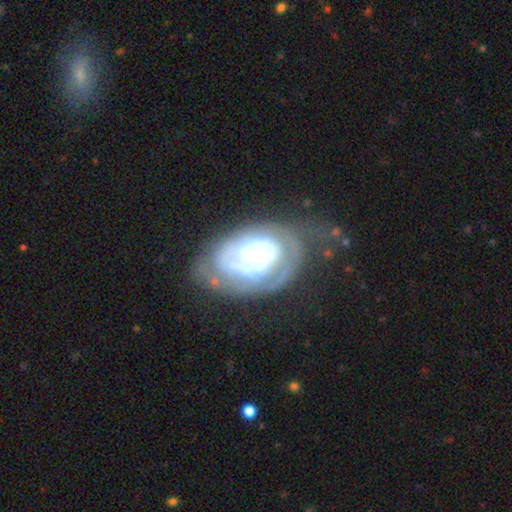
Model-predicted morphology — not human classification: smooth_or_featured: featured or disk (p=0.79) [alt: smooth p=0.16]
disk_edge_on: no (p=0.96) [alt: yes p=0.04]
bar: no (p=0.81) [alt: weak p=0.14]
has_spiral_arms: yes (p=0.73) [alt: no p=0.27]
spiral_winding: tight (p=0.68) [alt: medium p=0.23]
spiral_arm_count: can't tell (p=0.46) [alt: 2 p=0.25]
bulge_size: small (p=0.47) [alt: moderate p=0.45]
merging: none (p=0.48) [alt: minor disturbance p=0.26]